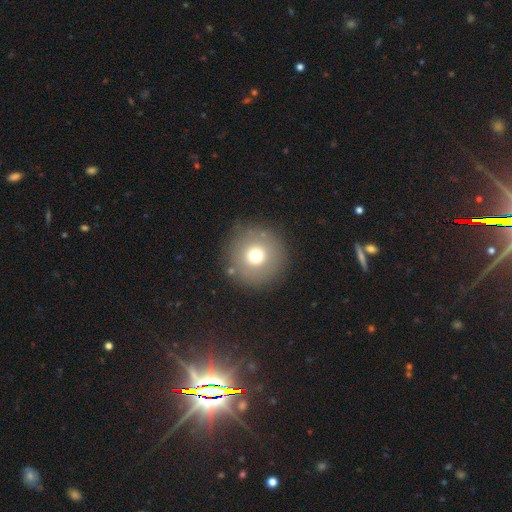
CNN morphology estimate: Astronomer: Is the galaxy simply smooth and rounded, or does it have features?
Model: smooth — 70%.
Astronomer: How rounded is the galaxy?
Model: round — 96%.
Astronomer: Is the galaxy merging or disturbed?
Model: none — 86%.